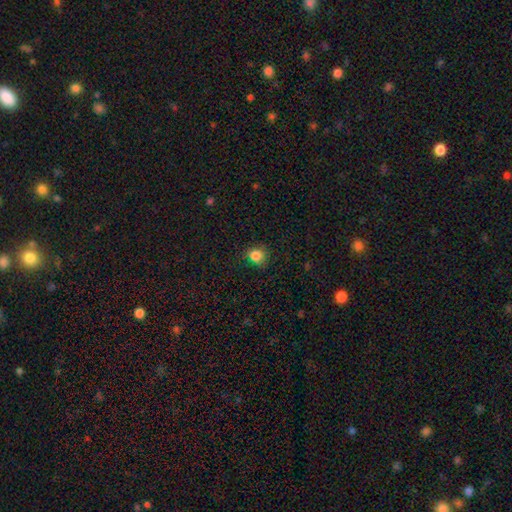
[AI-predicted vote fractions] smooth_or_featured: smooth (p=0.84) [alt: star or artifact p=0.12]
how_rounded: round (p=0.82) [alt: in between p=0.17]
merging: none (p=0.78) [alt: minor disturbance p=0.16]